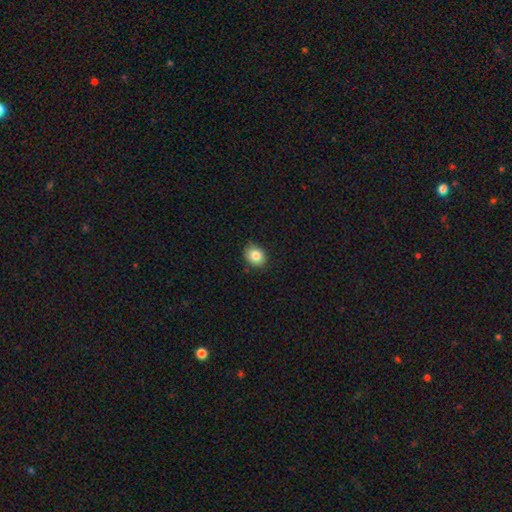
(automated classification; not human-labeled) Morphology: type=smooth (84%); roundness=round (51%); merging=none (82%).